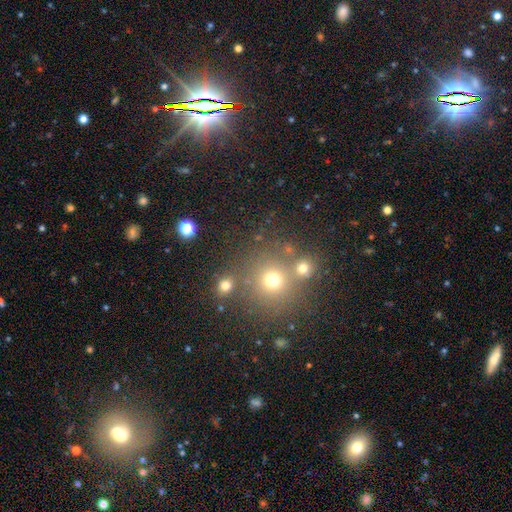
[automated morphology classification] Q: Smooth or featured?
A: star or artifact (48%); runner-up: smooth (42%)